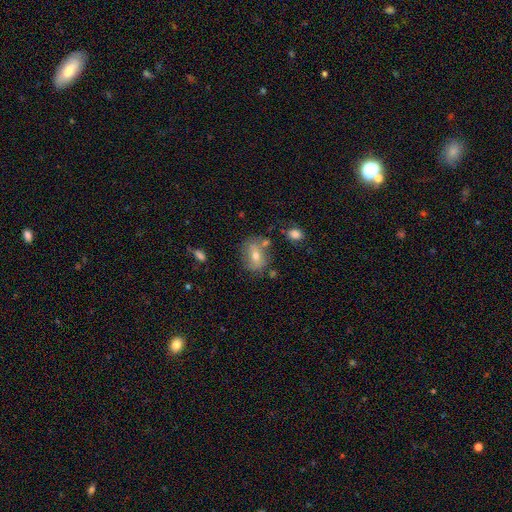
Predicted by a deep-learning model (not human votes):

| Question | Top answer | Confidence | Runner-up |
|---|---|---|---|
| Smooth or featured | smooth | 56% | featured or disk (34%) |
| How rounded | in between | 63% | round (35%) |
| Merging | none | 63% | minor disturbance (19%) |